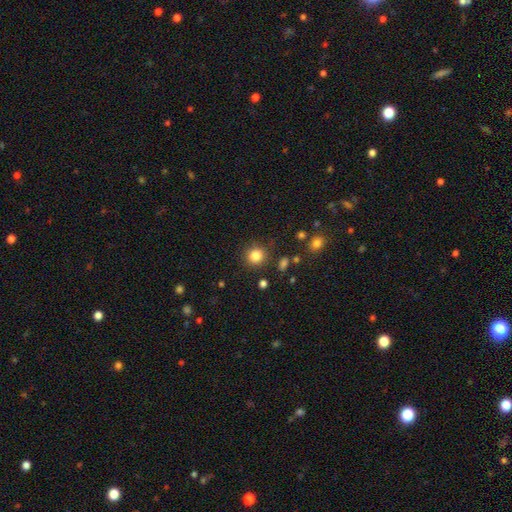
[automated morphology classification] The model was most divided on "smooth or featured": smooth: 83%, star or artifact: 11%, featured or disk: 5%. More confident: how rounded — round (90%); merging — none (86%).